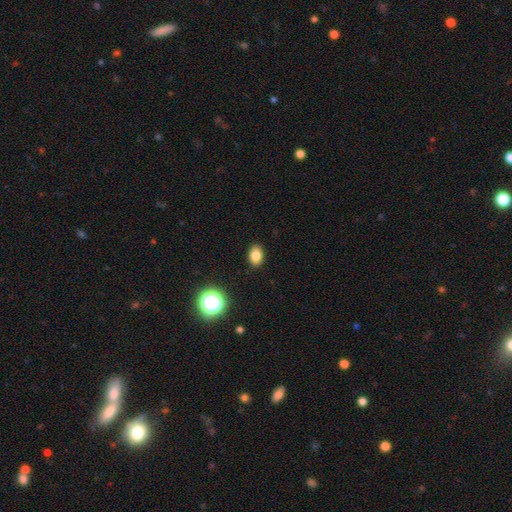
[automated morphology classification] smooth_or_featured: smooth (p=0.82) [alt: star or artifact p=0.12]
how_rounded: in between (p=0.77) [alt: round p=0.22]
merging: none (p=0.89) [alt: minor disturbance p=0.08]